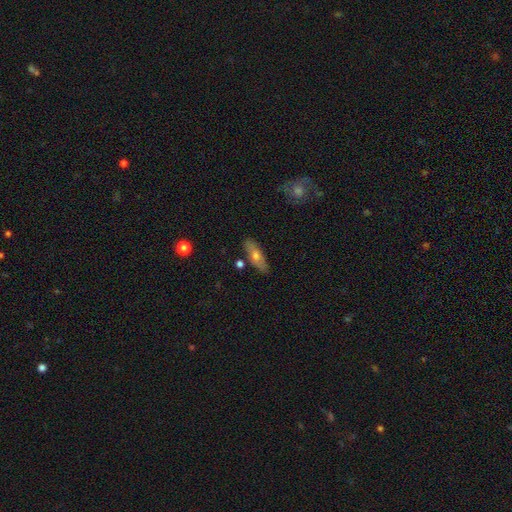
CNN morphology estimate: Overall: smooth (57%; featured or disk 35%). How rounded: in between (58%; cigar-shaped 39%). Merging: none (84%).